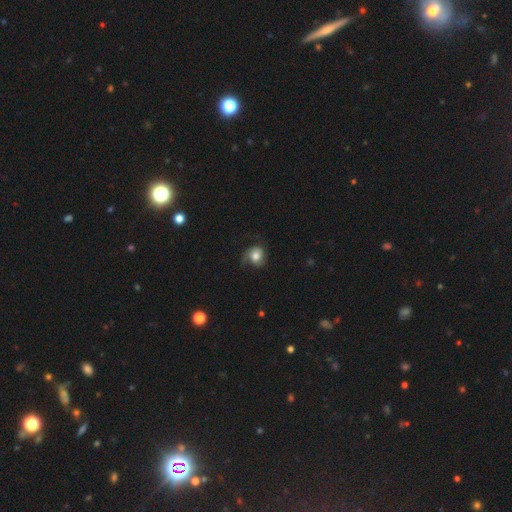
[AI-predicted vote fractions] A smooth galaxy with no disk features (62%) that is round (72%). Merging: none (50%).